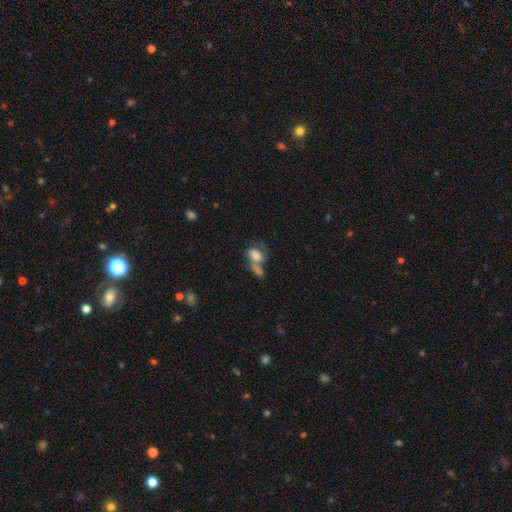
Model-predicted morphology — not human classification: A smooth galaxy with no disk features (47%). Merging: merger (42%).